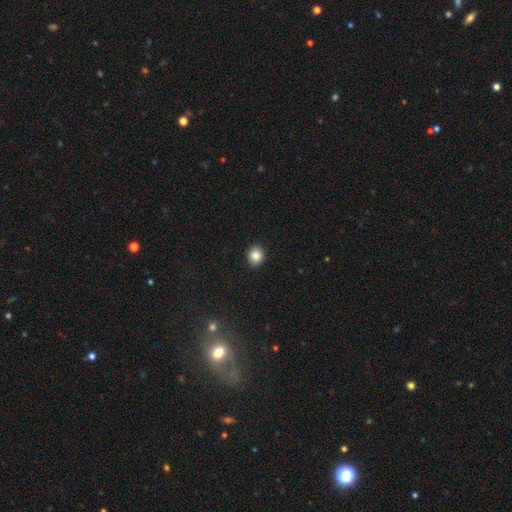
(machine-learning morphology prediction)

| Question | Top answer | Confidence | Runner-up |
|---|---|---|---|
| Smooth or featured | smooth | 86% | star or artifact (9%) |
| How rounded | round | 74% | in between (25%) |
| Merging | none | 92% | minor disturbance (6%) |